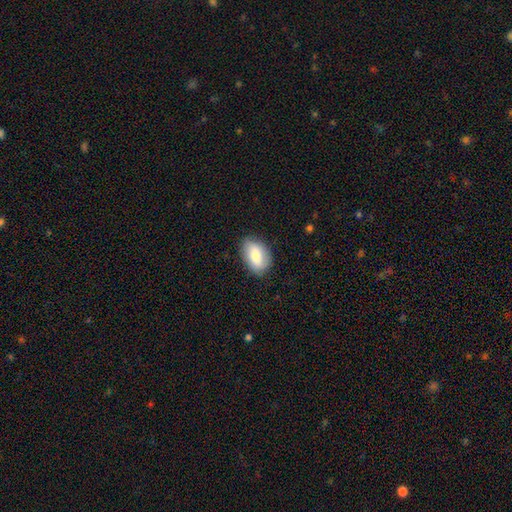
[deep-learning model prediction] Morphology: type=smooth (75%); roundness=in between (89%); merging=none (83%).